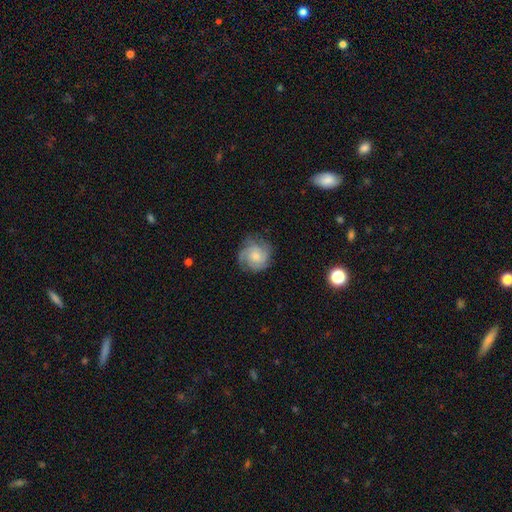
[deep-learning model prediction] Smooth or featured? Predicted: featured or disk (p=0.62). Edge-on disk? Predicted: no (p=0.98). Bar? Predicted: no (p=0.76). Spiral arms? Predicted: yes (p=0.92). Spiral winding? Predicted: tight (p=0.56). Spiral arm count? Predicted: 3 (p=0.33). Bulge size? Predicted: moderate (p=0.49). Merging? Predicted: none (p=0.73).